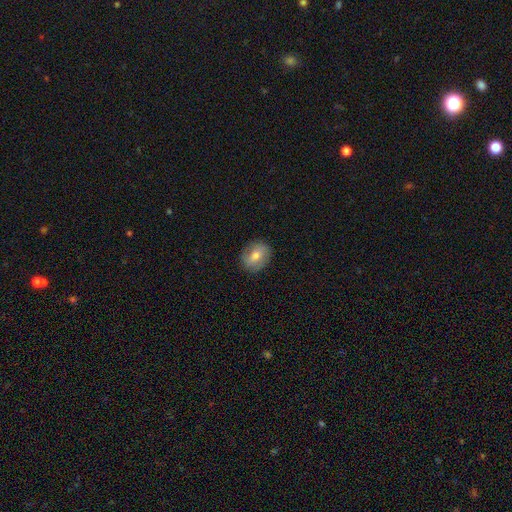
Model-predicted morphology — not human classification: This appears to be a smooth galaxy with no disk features (61%) that is round (53%). Merging: none (86%).